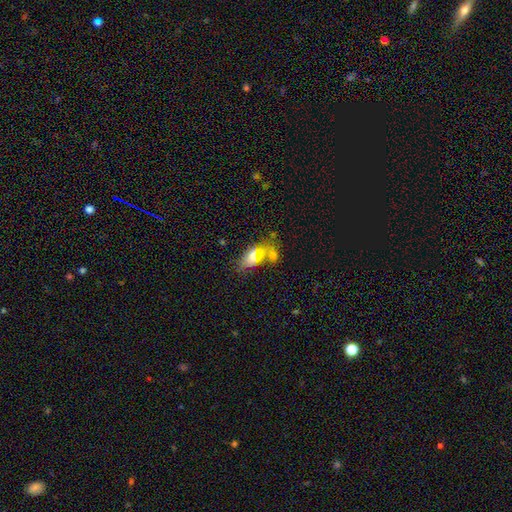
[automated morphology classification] Overall: smooth (64%). How rounded: in between (82%). Merging: none (49%; merger 27%).